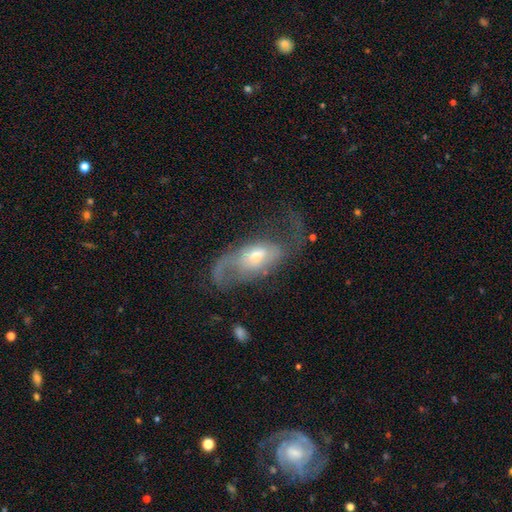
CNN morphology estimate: Smooth or featured?
  - featured or disk: 69% *
  - smooth: 24%
  - star or artifact: 7%
Edge-on disk?
  - no: 91% *
  - yes: 9%
Bar?
  - no: 58% *
  - weak: 32%
  - strong: 9%
Spiral arms?
  - yes: 80% *
  - no: 20%
Bulge size?
  - moderate: 55% *
  - small: 34%
  - large: 8%
  - none: 2%
  - dominant: 1%
Merging?
  - major disturbance: 41% *
  - none: 37%
  - minor disturbance: 19%
  - merger: 4%